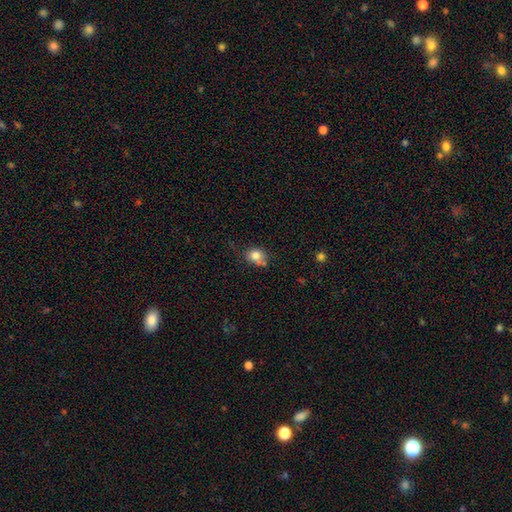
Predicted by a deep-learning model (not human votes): Smooth or featured? smooth (80%)
How rounded? round (63%)
Merging? none (58%)